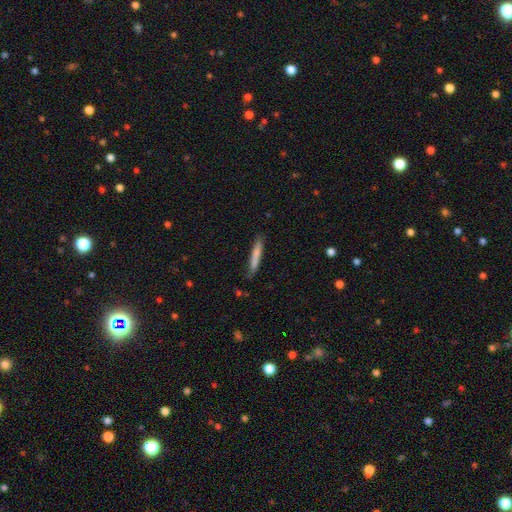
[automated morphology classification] Smooth or featured: smooth — 75% (featured or disk — 19%)
How rounded: cigar-shaped — 94% (in between — 4%)
Merging: none — 82% (minor disturbance — 14%)